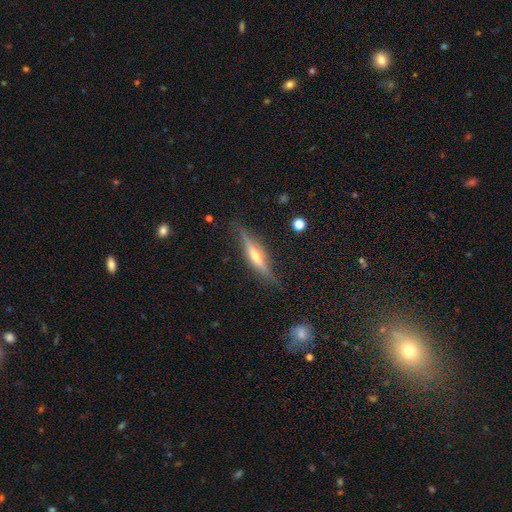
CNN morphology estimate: smooth-or-featured: featured or disk: 72% | smooth: 21% | star or artifact: 7%
  disk-edge-on: yes: 96% | no: 4%
    edge-on-bulge: rounded: 85% | boxy: 8% | none: 8%
  merging: none: 85% | minor disturbance: 11% | major disturbance: 3% | merger: 1%